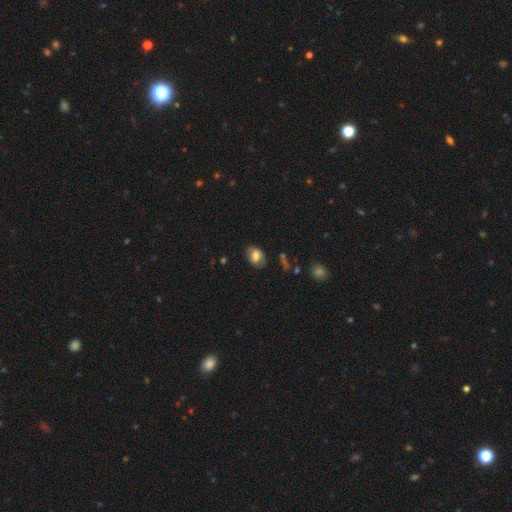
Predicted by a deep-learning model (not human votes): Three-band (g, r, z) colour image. It shows a smooth galaxy with no disk features (74%) that is in between round and cigar-shaped (80%). Merging: none (76%).